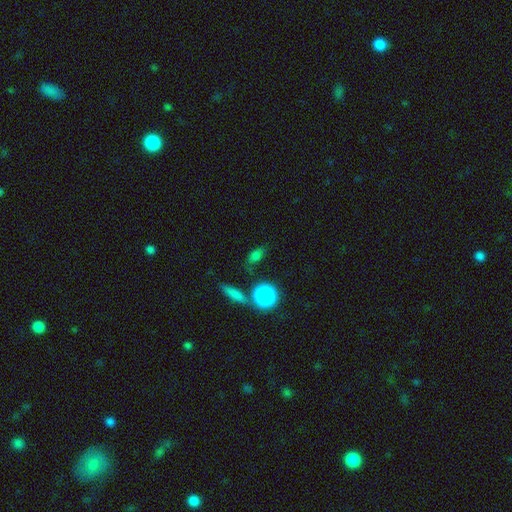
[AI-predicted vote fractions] Smooth or featured: smooth — 67% (star or artifact — 21%)
How rounded: in between — 60% (round — 27%)
Merging: none — 68% (minor disturbance — 18%)